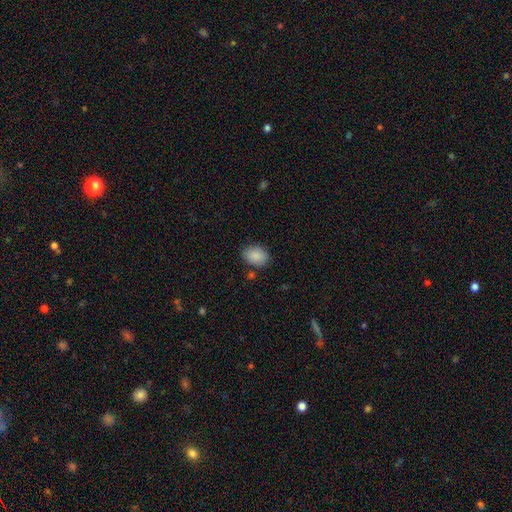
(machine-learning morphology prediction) A smooth galaxy with no disk features (89%) that is in between round and cigar-shaped (73%).

Vote fractions:
- Smooth or featured? smooth: 89% / star or artifact: 7% / featured or disk: 4%
- How rounded? in between: 73% / round: 26% / cigar-shaped: 1%
- Merging? none: 80% / minor disturbance: 13% / major disturbance: 3% / merger: 3%